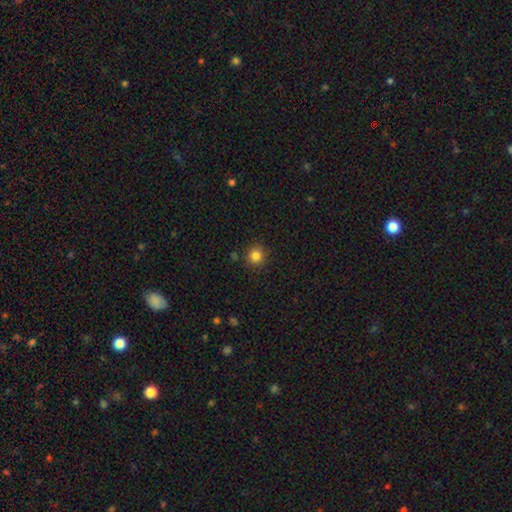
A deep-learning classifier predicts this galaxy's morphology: A smooth galaxy with no disk features (83%) that is round (91%). Merging: none (88%).